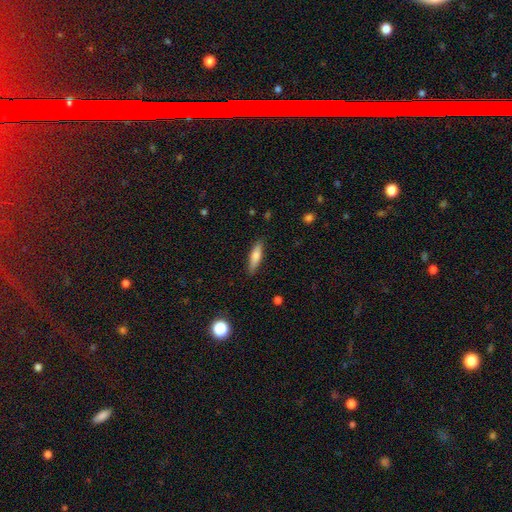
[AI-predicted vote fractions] The model was most divided on "how rounded": cigar-shaped: 66%, in between: 32%, round: 2%. More confident: merging — none (87%); smooth or featured — smooth (70%).